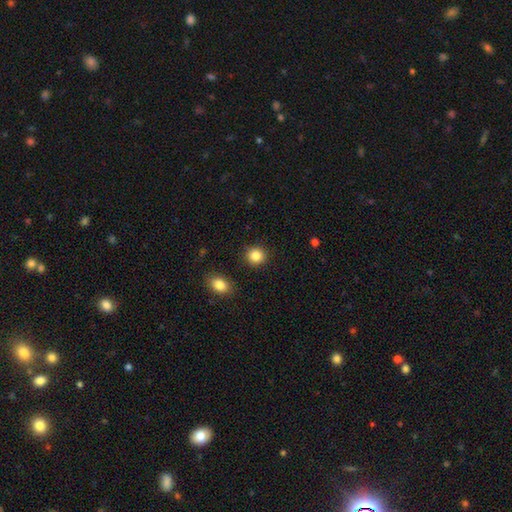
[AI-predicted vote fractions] smooth_or_featured: smooth (p=0.86) [alt: star or artifact p=0.10]
how_rounded: round (p=0.88) [alt: in between p=0.11]
merging: none (p=0.90) [alt: minor disturbance p=0.06]